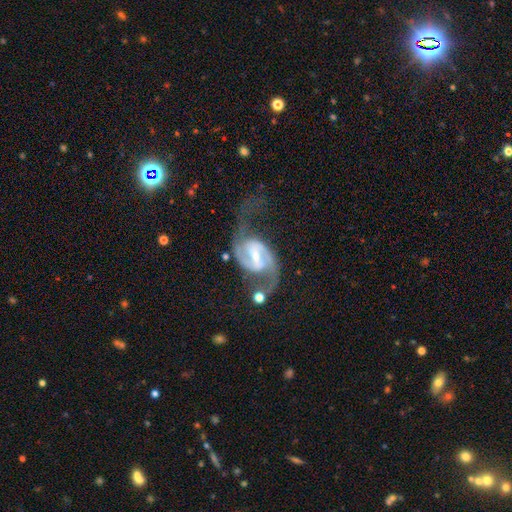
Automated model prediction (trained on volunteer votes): smooth_or_featured: featured or disk (p=0.92) [alt: star or artifact p=0.04]
disk_edge_on: no (p=0.98) [alt: yes p=0.02]
bar: strong (p=0.48) [alt: weak p=0.40]
has_spiral_arms: yes (p=0.98) [alt: no p=0.02]
spiral_winding: medium (p=0.52) [alt: loose p=0.35]
spiral_arm_count: 2 (p=0.94) [alt: can't tell p=0.02]
bulge_size: small (p=0.55) [alt: moderate p=0.37]
merging: none (p=0.57) [alt: major disturbance p=0.20]